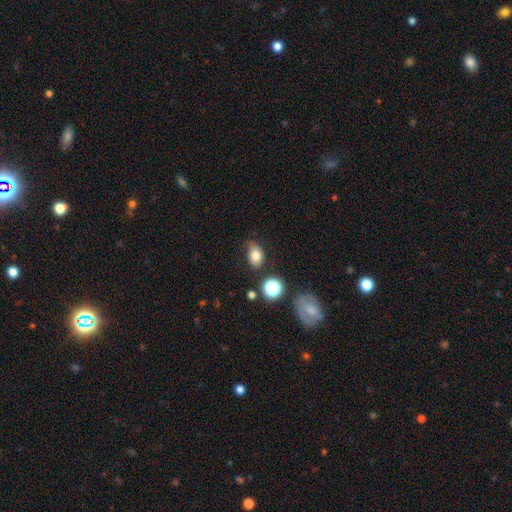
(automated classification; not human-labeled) Q: Smooth or featured?
A: smooth (77%); runner-up: star or artifact (12%)
Q: How rounded?
A: in between (79%); runner-up: round (20%)
Q: Merging?
A: none (65%); runner-up: minor disturbance (25%)